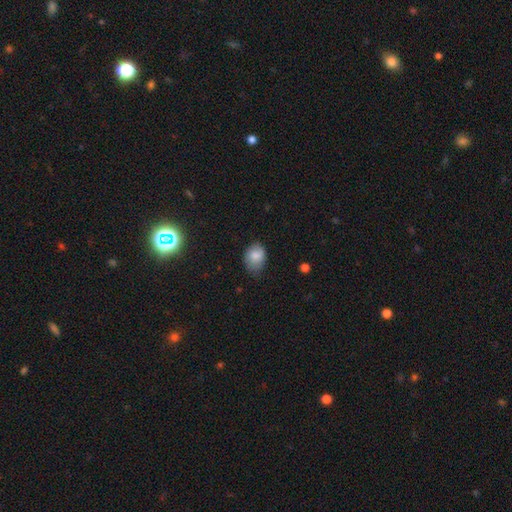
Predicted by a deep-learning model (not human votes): A smooth galaxy with no disk features (82%) that is in between round and cigar-shaped (69%).

Vote fractions:
- Smooth or featured? smooth: 82% / featured or disk: 9% / star or artifact: 8%
- How rounded? in between: 69% / round: 30% / cigar-shaped: 1%
- Merging? none: 58% / minor disturbance: 34% / major disturbance: 7% / merger: 1%